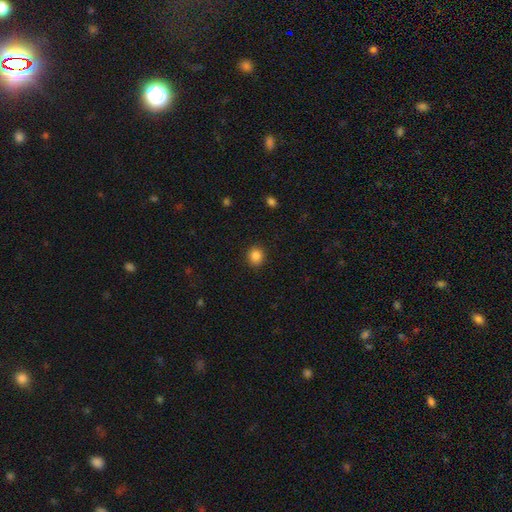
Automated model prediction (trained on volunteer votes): smooth-or-featured: smooth: 86% | star or artifact: 10% | featured or disk: 4%
  how-rounded: round: 86% | in between: 13% | cigar-shaped: 1%
  merging: none: 90% | minor disturbance: 7% | major disturbance: 2% | merger: 1%